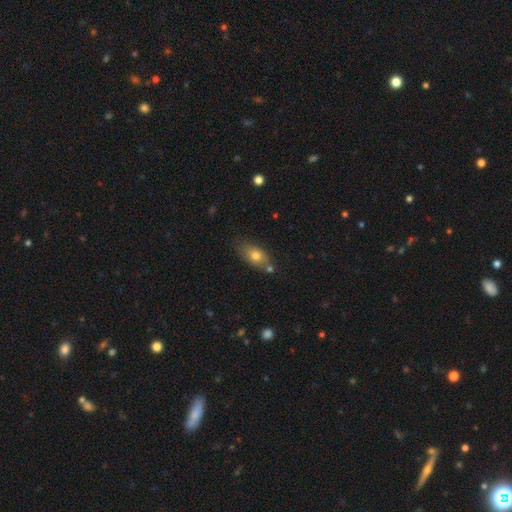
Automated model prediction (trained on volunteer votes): smooth_or_featured: smooth (p=0.74) [alt: featured or disk p=0.18]
how_rounded: in between (p=0.84) [alt: round p=0.10]
merging: none (p=0.65) [alt: minor disturbance p=0.19]